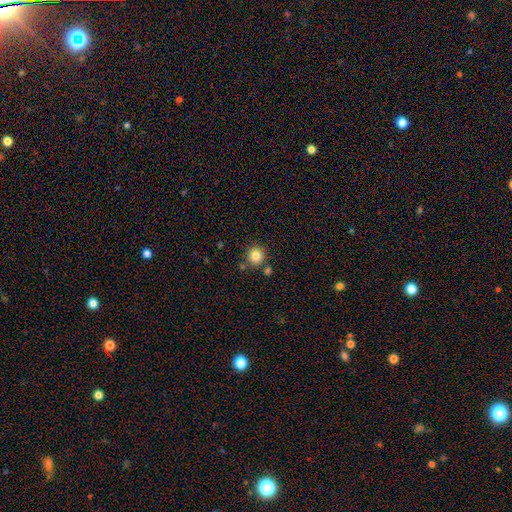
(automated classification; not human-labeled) A smooth galaxy with no disk features (84%) that is round (92%).

Vote fractions:
- Smooth or featured? smooth: 84% / star or artifact: 11% / featured or disk: 5%
- How rounded? round: 92% / in between: 7% / cigar-shaped: 1%
- Merging? none: 81% / minor disturbance: 8% / merger: 8% / major disturbance: 3%